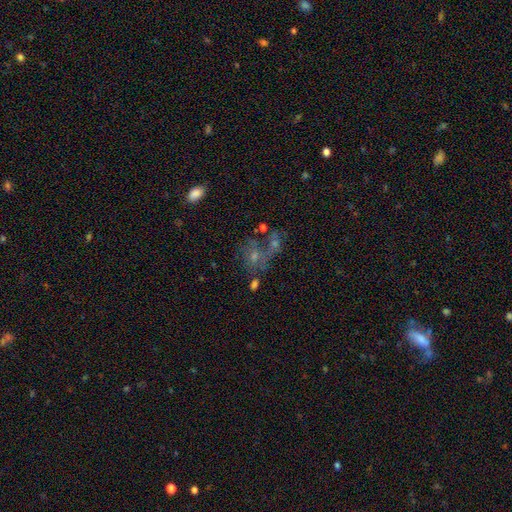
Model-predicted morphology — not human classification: featured or disk 43%, smooth 35%, star or artifact 22%. Down the decision tree: merging — none (34%).